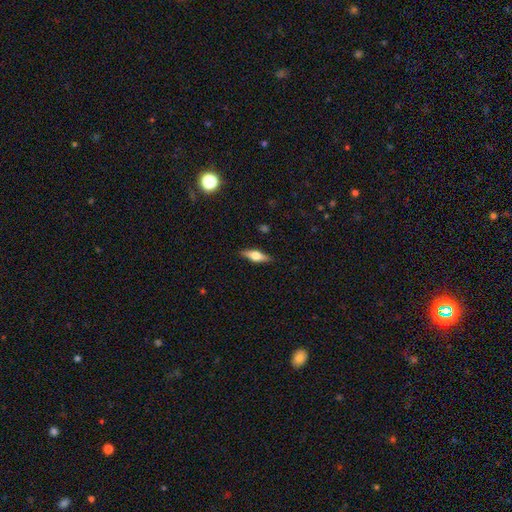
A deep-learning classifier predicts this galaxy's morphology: The model was most divided on "smooth or featured": featured or disk: 52%, smooth: 42%, star or artifact: 6%. More confident: edge-on disk — yes (94%); merging — none (88%).